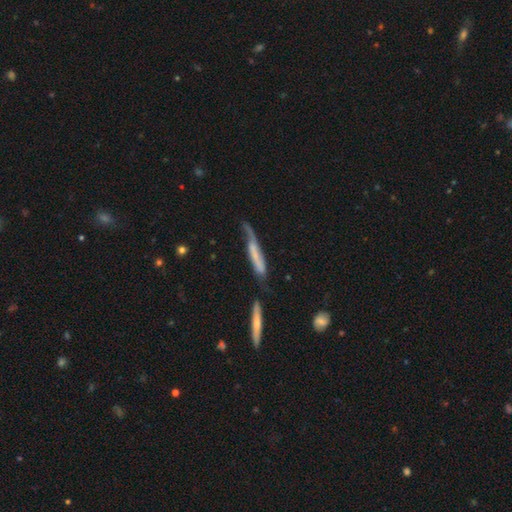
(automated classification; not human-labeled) Q: Smooth or featured?
A: featured or disk (54%); runner-up: smooth (38%)
Q: Edge-on disk?
A: yes (61%); runner-up: no (39%)
Q: Merging?
A: none (39%); runner-up: minor disturbance (27%)